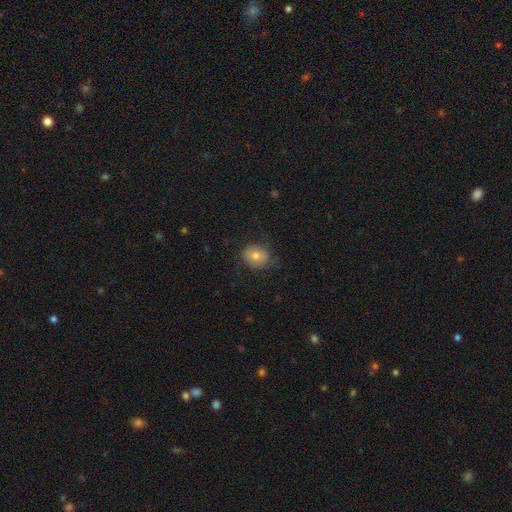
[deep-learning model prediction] A smooth galaxy with no disk features (70%) that is round (65%).

Vote fractions:
- Smooth or featured? smooth: 70% / featured or disk: 21% / star or artifact: 9%
- How rounded? round: 65% / in between: 34% / cigar-shaped: 1%
- Merging? none: 77% / minor disturbance: 16% / major disturbance: 5% / merger: 1%